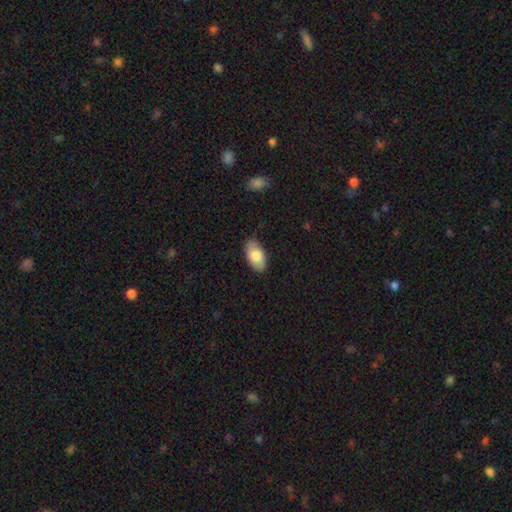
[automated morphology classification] A smooth galaxy with no disk features (80%) that is in between round and cigar-shaped (95%).

Vote fractions:
- Smooth or featured? smooth: 80% / featured or disk: 14% / star or artifact: 6%
- How rounded? in between: 95% / round: 3% / cigar-shaped: 2%
- Merging? none: 81% / minor disturbance: 15% / major disturbance: 3% / merger: 1%